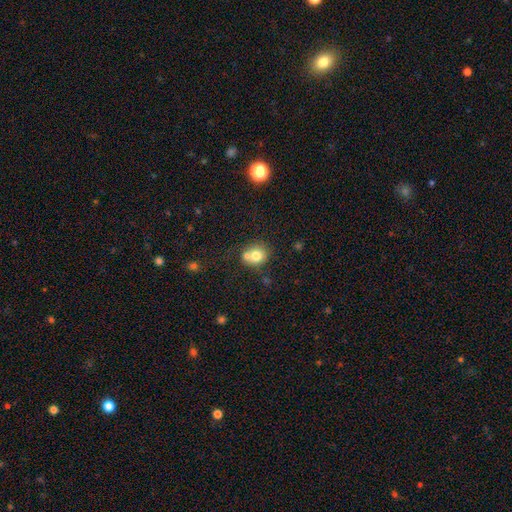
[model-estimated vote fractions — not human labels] smooth 74%, featured or disk 15%, star or artifact 11%. Down the decision tree: how rounded — round (79%); merging — none (49%).